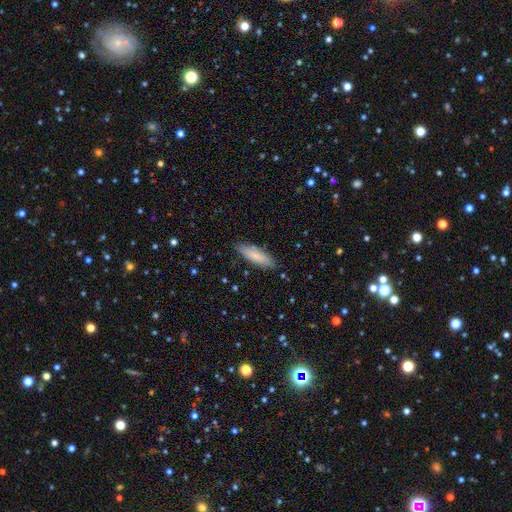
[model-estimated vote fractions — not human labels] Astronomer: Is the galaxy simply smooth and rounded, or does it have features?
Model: smooth — 80%.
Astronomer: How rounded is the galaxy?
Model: cigar-shaped — 57% (runner-up: in between, 42%).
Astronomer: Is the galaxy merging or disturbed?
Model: none — 86%.